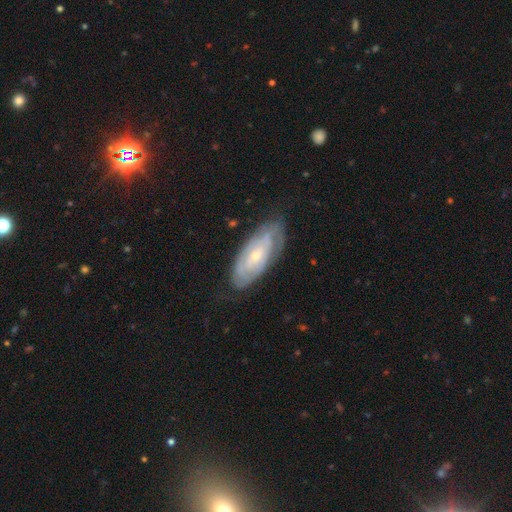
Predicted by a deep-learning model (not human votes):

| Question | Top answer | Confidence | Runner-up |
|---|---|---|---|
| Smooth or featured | featured or disk | 72% | smooth (22%) |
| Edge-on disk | no | 89% | yes (11%) |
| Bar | no | 68% | weak (24%) |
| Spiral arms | yes | 79% | no (21%) |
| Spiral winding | tight | 72% | medium (21%) |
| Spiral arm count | can't tell | 57% | 2 (25%) |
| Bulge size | small | 69% | moderate (28%) |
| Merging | none | 74% | minor disturbance (19%) |